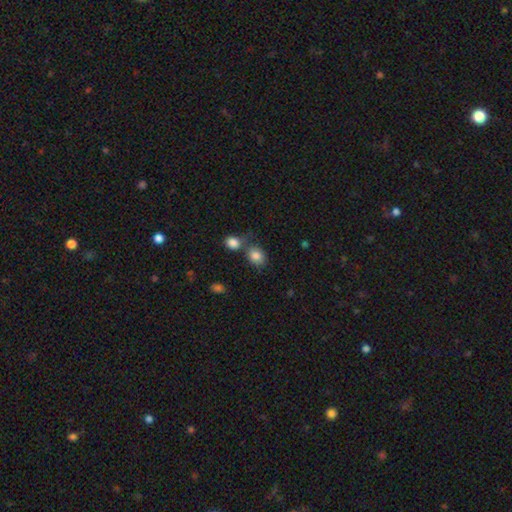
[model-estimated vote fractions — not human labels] Morphology: type=smooth (84%); roundness=in between (50%); merging=none (55%).